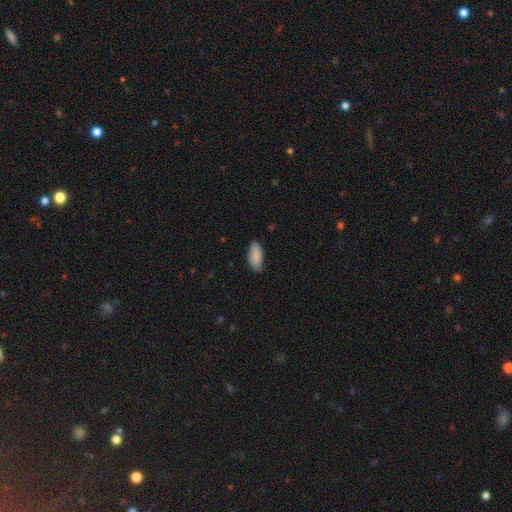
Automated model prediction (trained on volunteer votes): Q: Smooth or featured?
A: smooth (88%); runner-up: featured or disk (6%)
Q: How rounded?
A: in between (85%); runner-up: cigar-shaped (13%)
Q: Merging?
A: none (73%); runner-up: minor disturbance (22%)